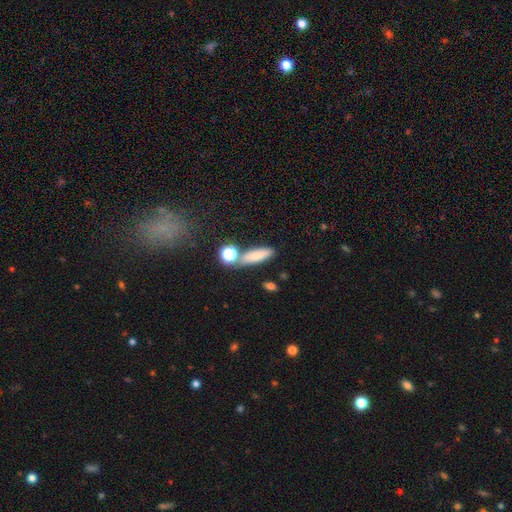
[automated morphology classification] A smooth galaxy with no disk features (75%) that is cigar-shaped (49%). Merging: none (69%).